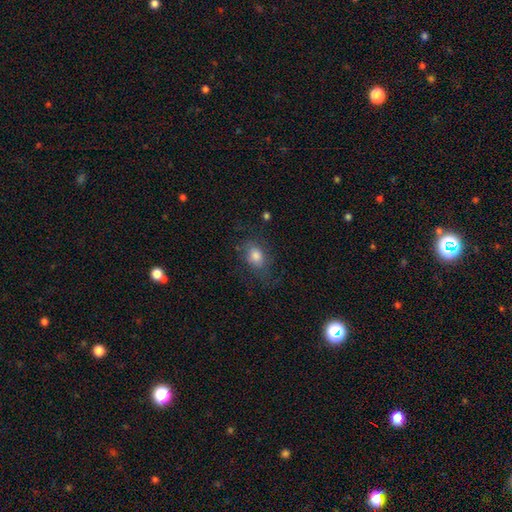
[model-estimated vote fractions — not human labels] This appears to be a smooth galaxy with no disk features (73%) that is in between round and cigar-shaped (71%). Merging: none (64%).